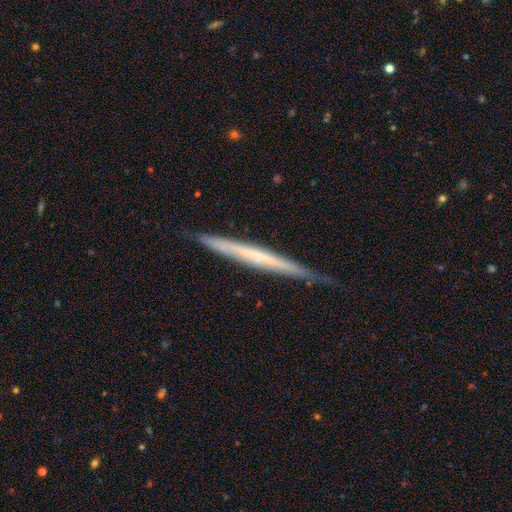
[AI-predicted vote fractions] Q: Smooth or featured?
A: featured or disk (56%); runner-up: smooth (38%)
Q: Edge-on disk?
A: yes (96%); runner-up: no (4%)
Q: Edge-on bulge?
A: none (81%); runner-up: rounded (14%)
Q: Merging?
A: none (82%); runner-up: minor disturbance (14%)